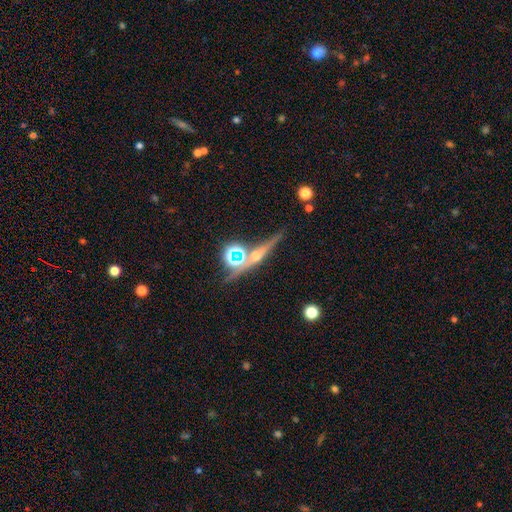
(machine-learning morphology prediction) Smooth or featured? featured or disk (53%)
Edge-on disk? yes (88%)
Merging? none (70%)